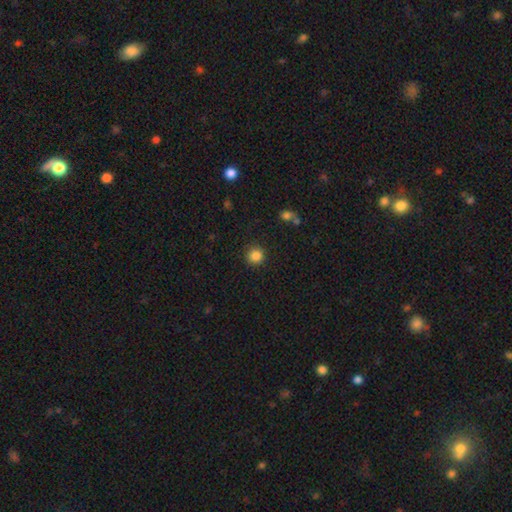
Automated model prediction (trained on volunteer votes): This appears to be a smooth galaxy with no disk features (86%) that is round (92%). Merging: none (88%).